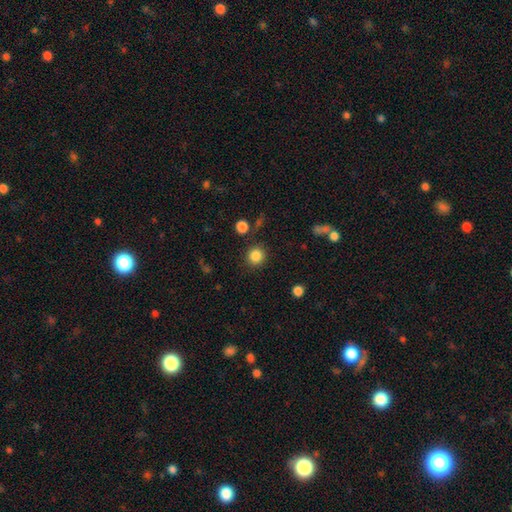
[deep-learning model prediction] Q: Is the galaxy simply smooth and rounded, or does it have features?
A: smooth — 85%.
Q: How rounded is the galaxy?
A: round — 92%.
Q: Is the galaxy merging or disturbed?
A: none — 88%.